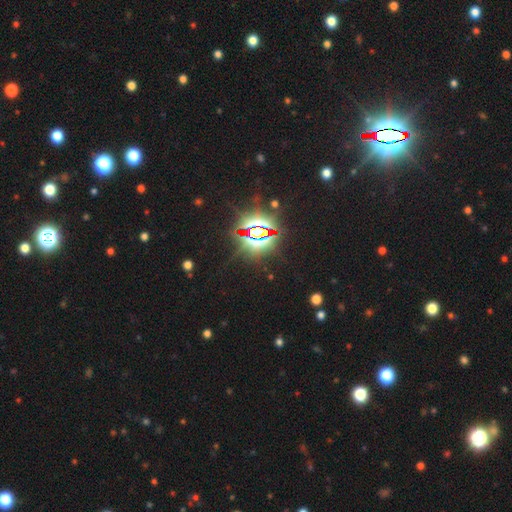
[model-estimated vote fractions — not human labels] smooth-or-featured: star or artifact: 85% | smooth: 9% | featured or disk: 6%